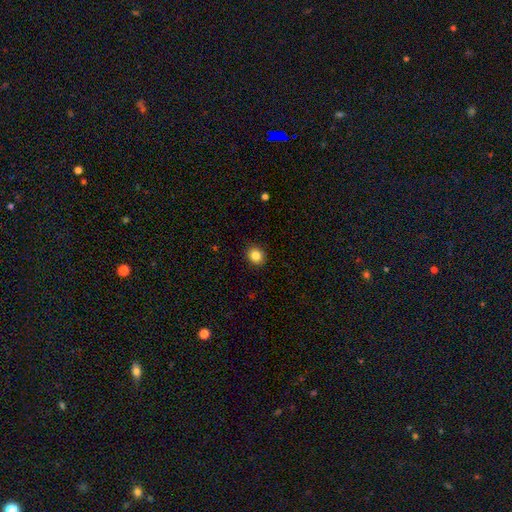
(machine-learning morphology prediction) type=smooth (84%); roundness=round (82%); merging=none (91%).